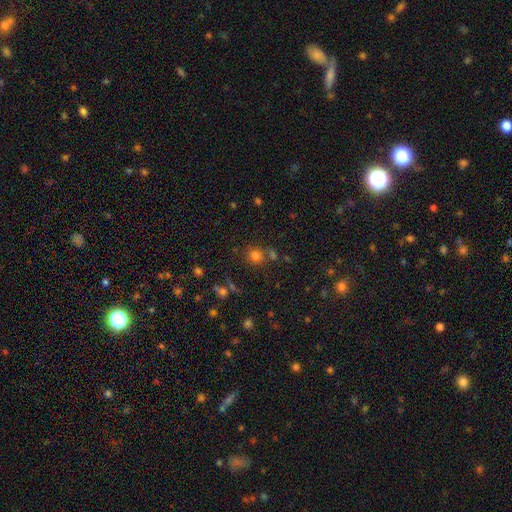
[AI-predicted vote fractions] This is likely a smooth galaxy (74%). How rounded: clearly round (83%). Merging: likely none (70%).